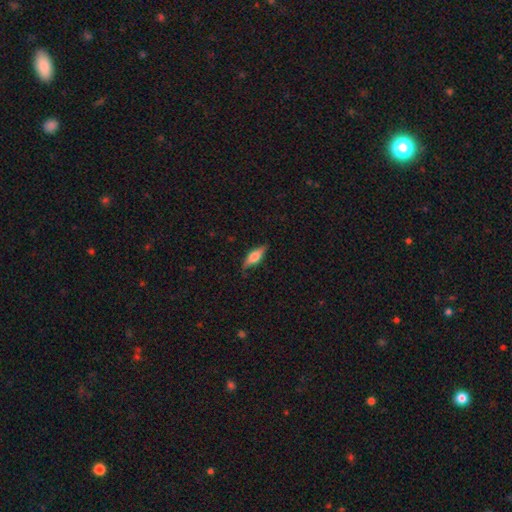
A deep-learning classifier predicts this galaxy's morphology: Smooth or featured? Predicted: smooth (p=0.50). How rounded? Predicted: in between (p=0.55). Merging? Predicted: none (p=0.81).